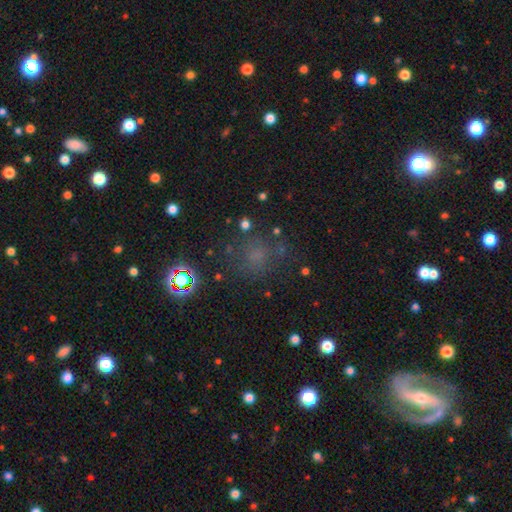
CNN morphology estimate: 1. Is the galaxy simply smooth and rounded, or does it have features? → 51% smooth, 35% star or artifact, 13% featured or disk.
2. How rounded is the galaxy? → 83% round, 16% in between, 1% cigar-shaped.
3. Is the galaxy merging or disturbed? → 69% none, 16% minor disturbance, 11% major disturbance, 4% merger.